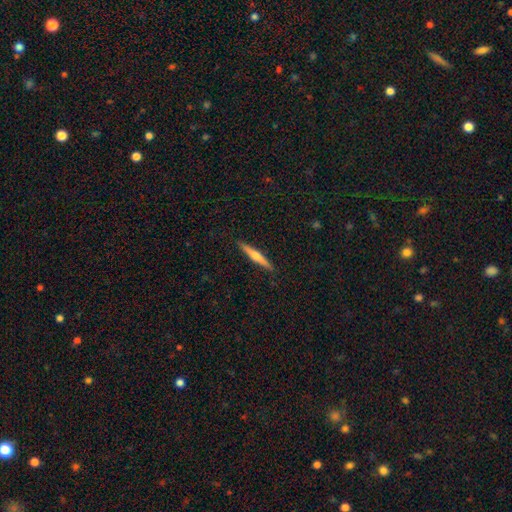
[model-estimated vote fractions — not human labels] A featured or disk galaxy (58%) viewed edge-on (98%) with a rounded central bulge (87%). Merging: none (91%).